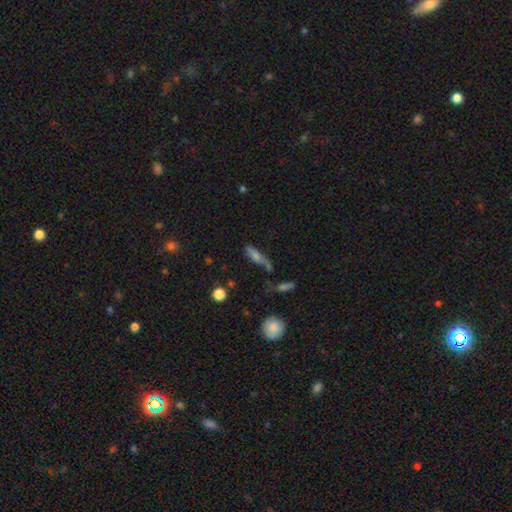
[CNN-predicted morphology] Smooth or featured? smooth (51%)
How rounded? cigar-shaped (59%)
Merging? none (52%)